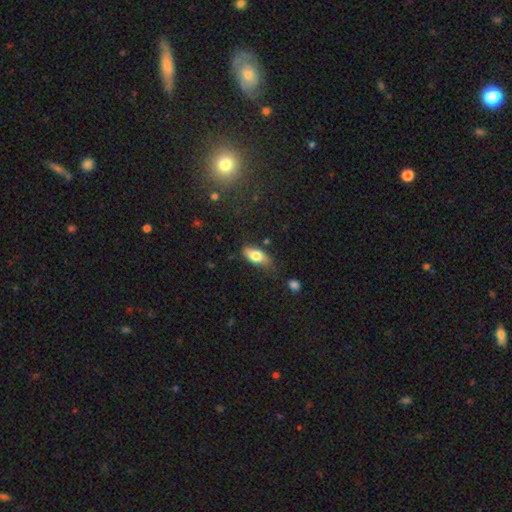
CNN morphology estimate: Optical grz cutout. It shows a smooth galaxy with no disk features (76%) that is in between round and cigar-shaped (89%). Merging: none (62%).